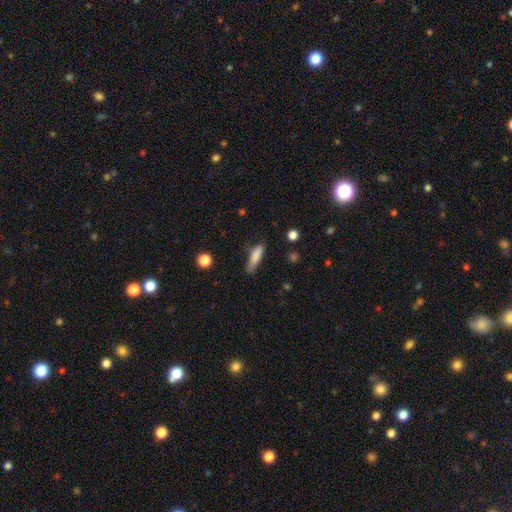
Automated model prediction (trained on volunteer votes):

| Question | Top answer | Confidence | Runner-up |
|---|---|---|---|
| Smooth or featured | smooth | 81% | featured or disk (12%) |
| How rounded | cigar-shaped | 68% | in between (30%) |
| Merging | none | 62% | minor disturbance (28%) |